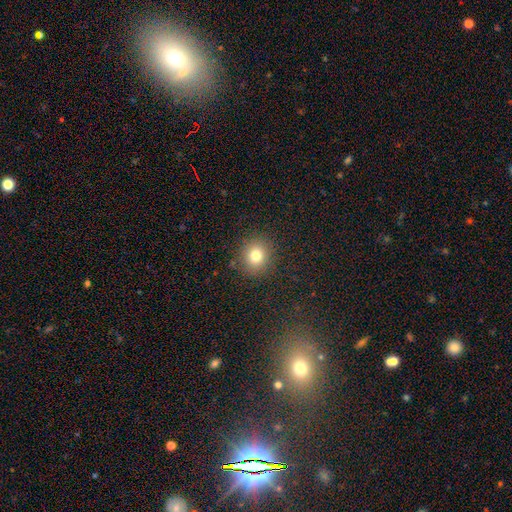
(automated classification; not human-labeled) smooth_or_featured: smooth (p=0.78) [alt: star or artifact p=0.13]
how_rounded: round (p=0.83) [alt: in between p=0.17]
merging: none (p=0.88) [alt: minor disturbance p=0.08]